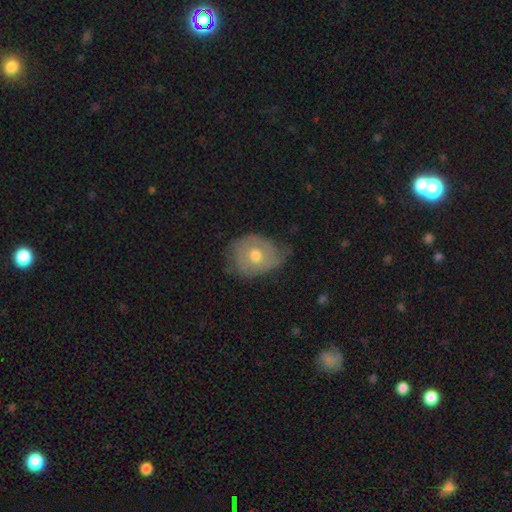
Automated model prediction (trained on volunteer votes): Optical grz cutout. It shows a featured or disk galaxy (47%). Merging: none (50%).